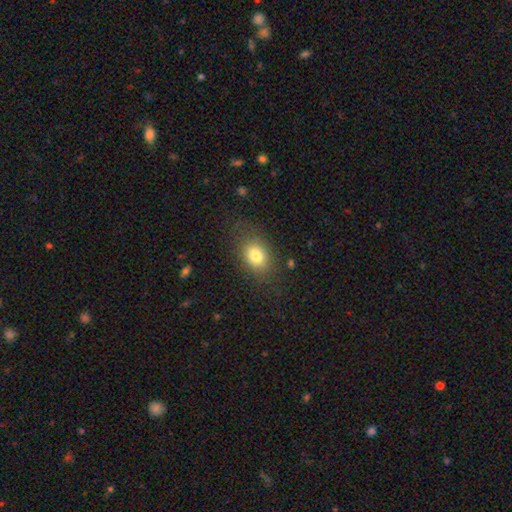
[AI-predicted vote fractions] Smooth or featured: smooth — 79% (featured or disk — 11%)
How rounded: in between — 69% (round — 29%)
Merging: none — 78% (minor disturbance — 14%)